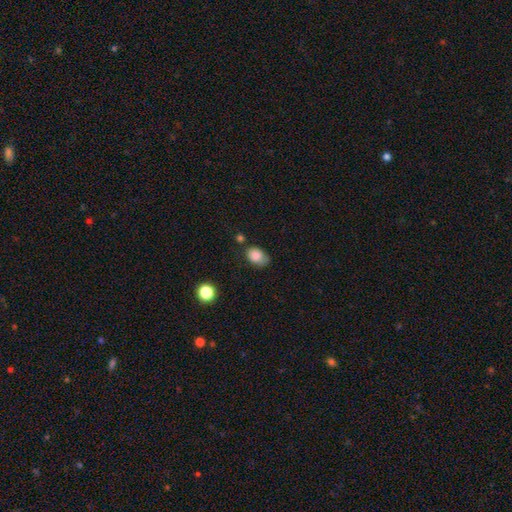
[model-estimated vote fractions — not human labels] Smooth or featured? smooth (83%)
How rounded? in between (78%)
Merging? none (54%)